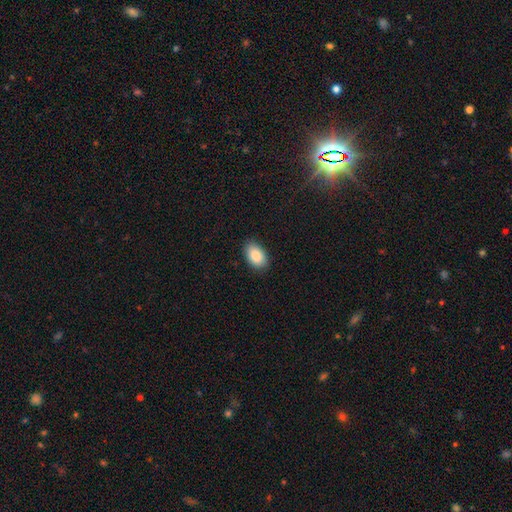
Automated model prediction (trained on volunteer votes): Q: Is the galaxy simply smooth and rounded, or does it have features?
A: smooth — 89%.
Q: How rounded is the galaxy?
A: in between — 92%.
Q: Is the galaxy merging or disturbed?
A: none — 87%.